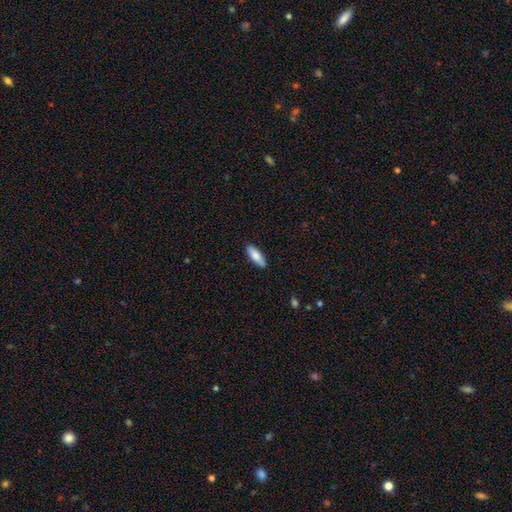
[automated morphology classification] smooth-or-featured: smooth: 82% | featured or disk: 12% | star or artifact: 6%
  how-rounded: in between: 58% | cigar-shaped: 40% | round: 2%
  merging: none: 87% | minor disturbance: 10% | major disturbance: 2% | merger: 1%